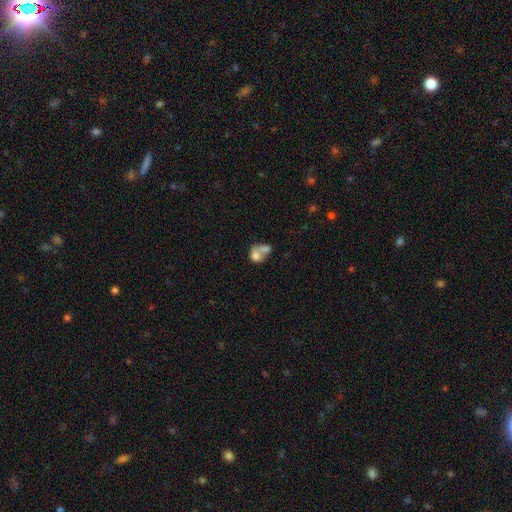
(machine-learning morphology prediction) This is likely a smooth galaxy (68%). How rounded: possibly in between (55%). Merging: likely merger (66%).